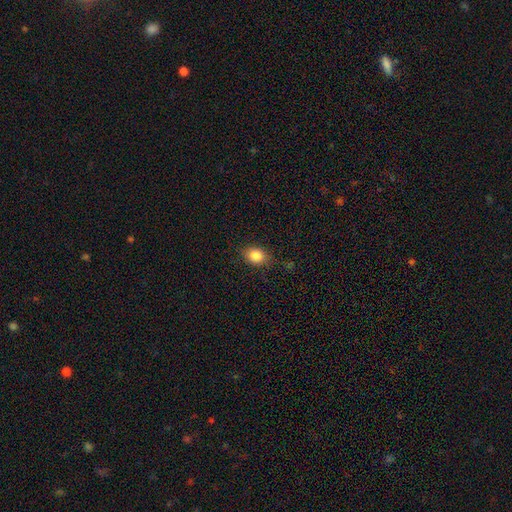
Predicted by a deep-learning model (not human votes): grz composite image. It shows a smooth galaxy with no disk features (85%) that is in between round and cigar-shaped (57%). Merging: none (79%).